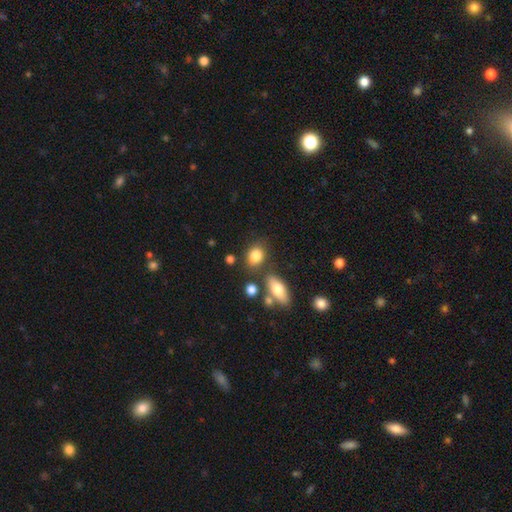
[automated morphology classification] This is clearly a smooth galaxy (82%). How rounded: possibly in between (60%). Merging: likely none (69%).